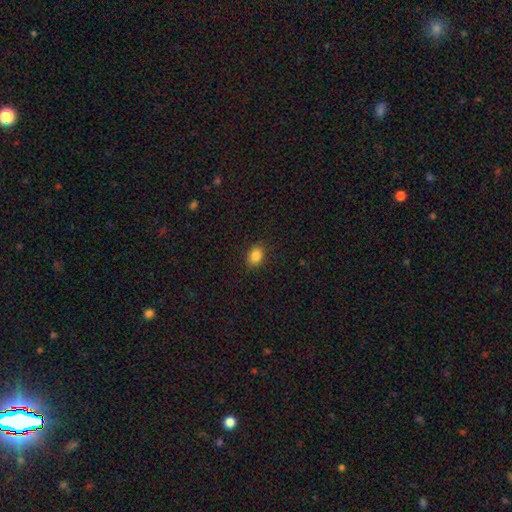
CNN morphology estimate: smooth_or_featured: smooth (p=0.85) [alt: star or artifact p=0.10]
how_rounded: in between (p=0.60) [alt: round p=0.39]
merging: none (p=0.87) [alt: minor disturbance p=0.10]